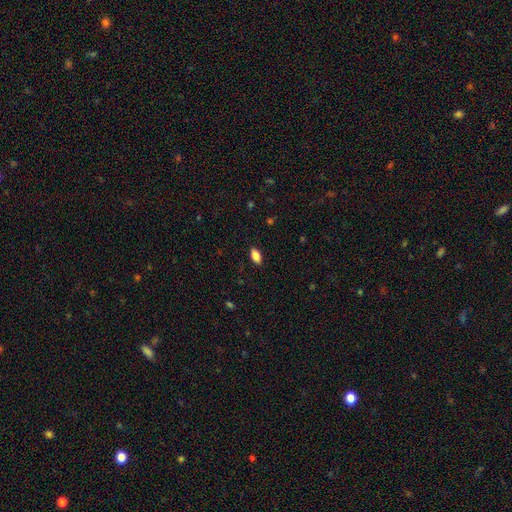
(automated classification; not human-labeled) This appears to be a smooth galaxy with no disk features (86%) that is in between round and cigar-shaped (91%). Merging: none (88%).